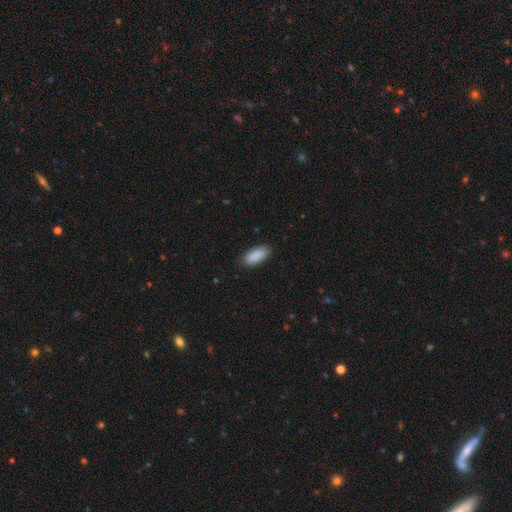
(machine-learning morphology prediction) smooth 91%, star or artifact 6%, featured or disk 3%. Down the decision tree: how rounded — in between (84%); merging — none (88%).